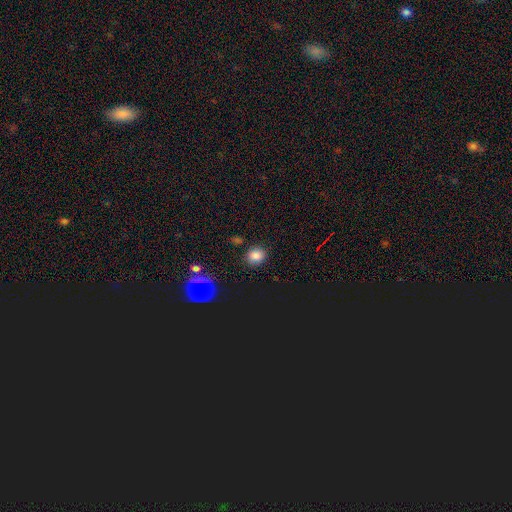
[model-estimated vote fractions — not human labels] This is likely a smooth galaxy (80%). How rounded: likely round (71%). Merging: clearly none (83%).